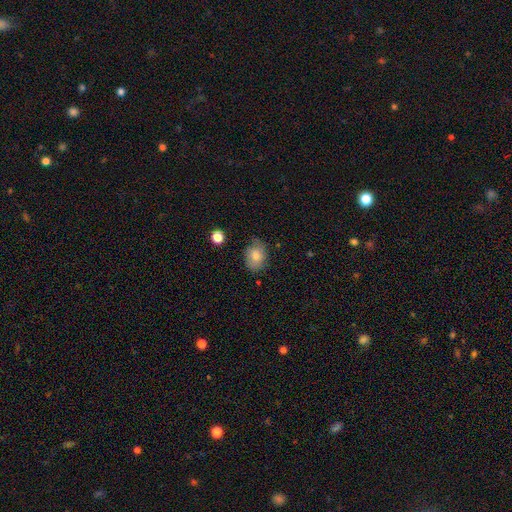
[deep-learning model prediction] smooth_or_featured: smooth (p=0.73) [alt: featured or disk p=0.18]
how_rounded: in between (p=0.65) [alt: round p=0.34]
merging: none (p=0.67) [alt: minor disturbance p=0.25]